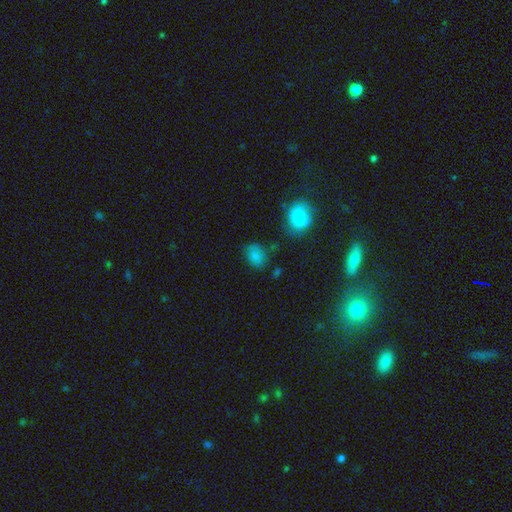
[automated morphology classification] Smooth or featured? smooth (82%)
How rounded? in between (62%)
Merging? none (69%)